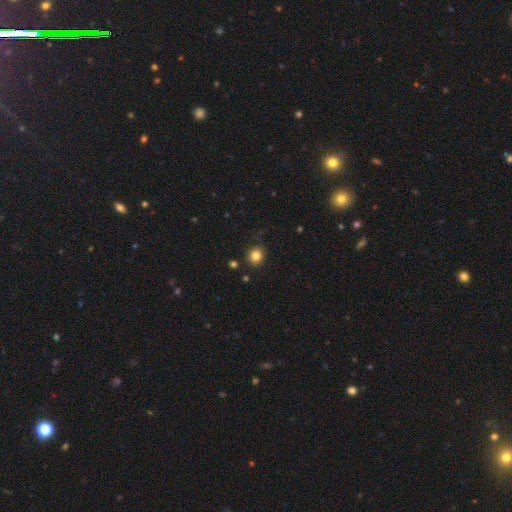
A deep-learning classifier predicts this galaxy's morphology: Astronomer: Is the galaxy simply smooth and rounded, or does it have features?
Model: smooth — 84%.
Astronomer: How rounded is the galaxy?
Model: round — 83%.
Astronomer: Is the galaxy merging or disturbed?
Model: none — 86%.